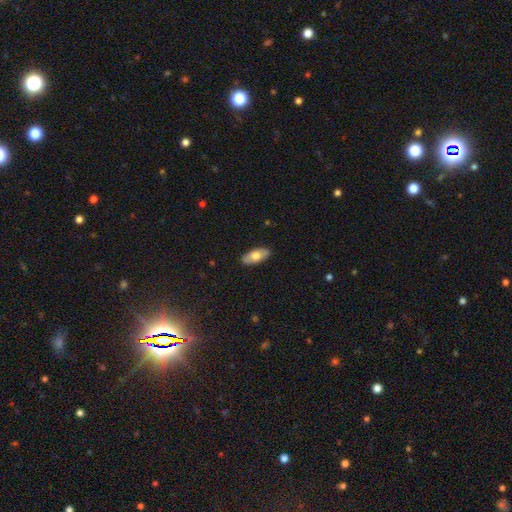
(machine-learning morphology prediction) A smooth galaxy with no disk features (70%) that is in between round and cigar-shaped (86%). Merging: none (88%).